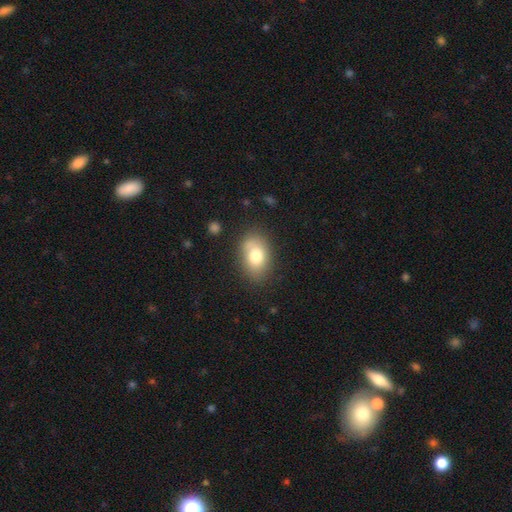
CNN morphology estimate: Smooth or featured?
  - smooth: 75% *
  - featured or disk: 16%
  - star or artifact: 9%
How rounded?
  - in between: 82% *
  - round: 16%
  - cigar-shaped: 1%
Merging?
  - none: 72% *
  - minor disturbance: 19%
  - major disturbance: 6%
  - merger: 3%